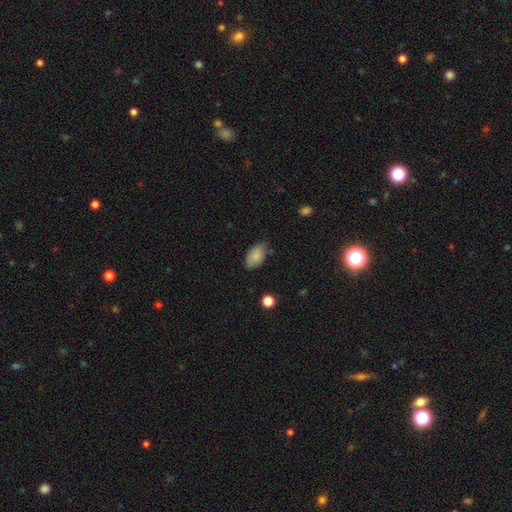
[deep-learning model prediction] Smooth or featured?
  - smooth: 85% *
  - featured or disk: 7%
  - star or artifact: 7%
How rounded?
  - in between: 93% *
  - round: 6%
  - cigar-shaped: 2%
Merging?
  - none: 70% *
  - minor disturbance: 24%
  - major disturbance: 4%
  - merger: 2%